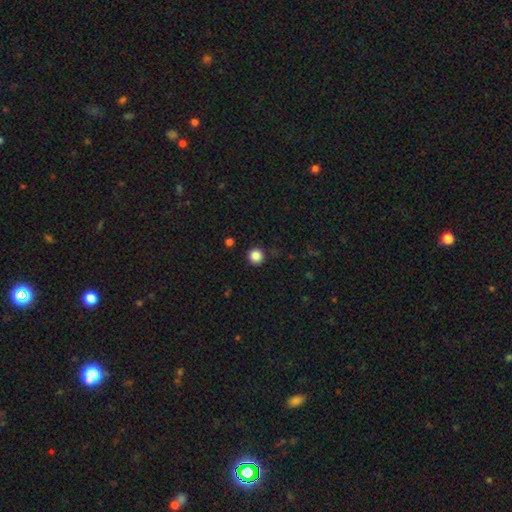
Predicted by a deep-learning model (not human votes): A smooth galaxy with no disk features (86%) that is round (96%). Merging: none (91%).